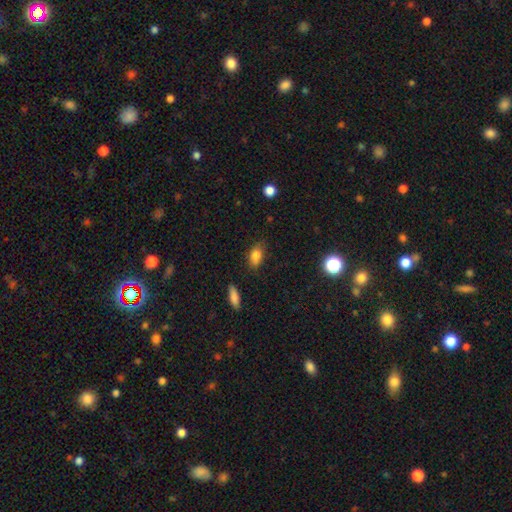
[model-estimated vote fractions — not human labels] This appears to be a smooth galaxy with no disk features (82%) that is in between round and cigar-shaped (85%). Merging: none (74%).